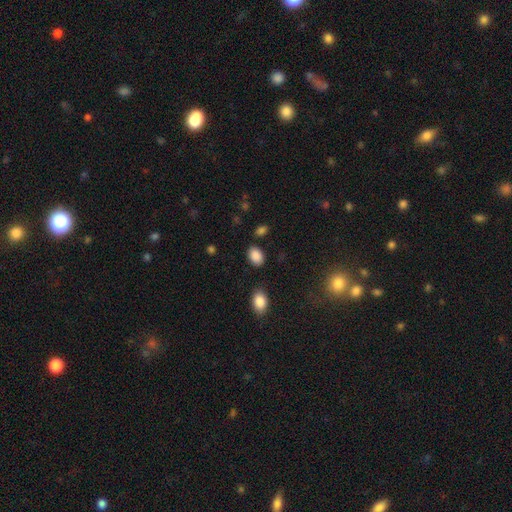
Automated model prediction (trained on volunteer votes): smooth-or-featured: smooth: 88% | star or artifact: 8% | featured or disk: 4%
  how-rounded: in between: 80% | round: 18% | cigar-shaped: 1%
  merging: none: 83% | minor disturbance: 11% | merger: 3% | major disturbance: 3%